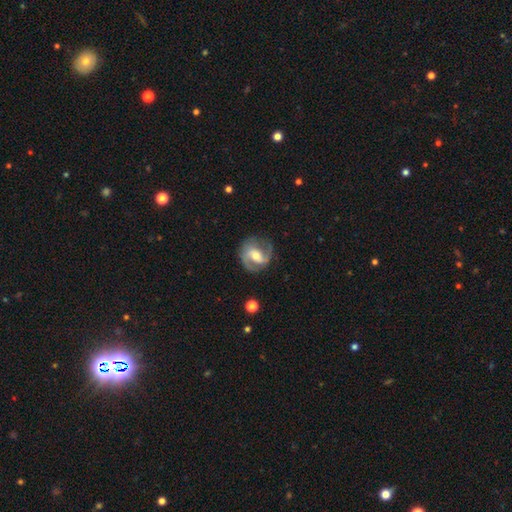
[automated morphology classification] type=featured or disk (79%); edge-on=no (97%); bar=weak (44%); spiral arms=yes (91%); winding=medium (50%); arm count=2 (82%); bulge=moderate (63%); merging=none (73%).